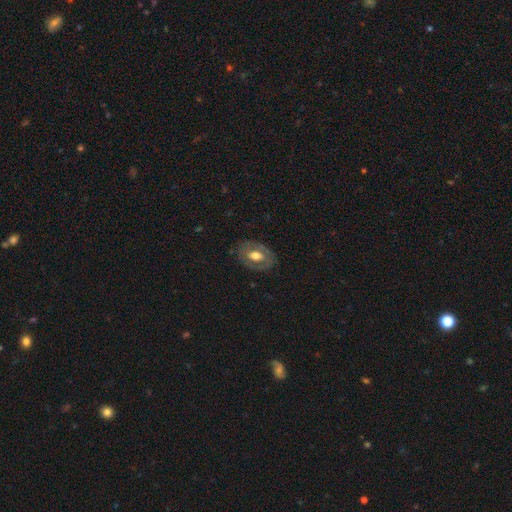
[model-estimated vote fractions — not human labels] Smooth or featured? Predicted: featured or disk (p=0.52). Edge-on disk? Predicted: no (p=0.91). Merging? Predicted: none (p=0.77).